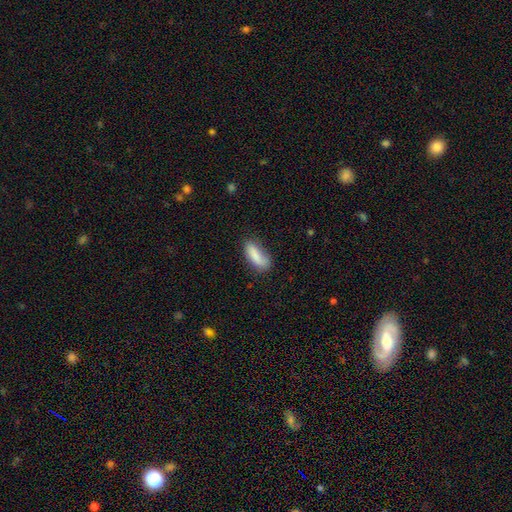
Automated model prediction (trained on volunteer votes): smooth_or_featured: smooth (p=0.83) [alt: featured or disk p=0.10]
how_rounded: in between (p=0.67) [alt: cigar-shaped p=0.31]
merging: none (p=0.62) [alt: minor disturbance p=0.27]